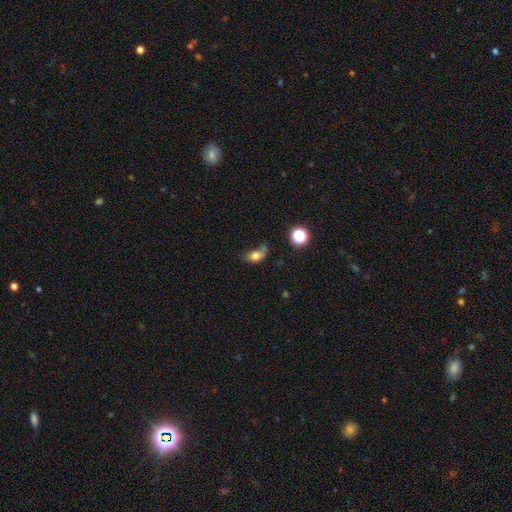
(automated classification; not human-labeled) This appears to be a smooth galaxy with no disk features (75%) that is in between round and cigar-shaped (78%). Merging: none (35%).